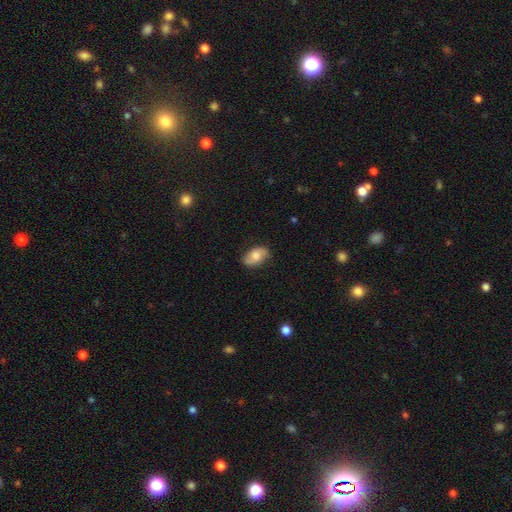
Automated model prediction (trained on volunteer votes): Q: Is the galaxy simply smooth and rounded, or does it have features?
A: smooth — 60%.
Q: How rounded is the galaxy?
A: in between — 89%.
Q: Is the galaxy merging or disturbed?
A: none — 77%.